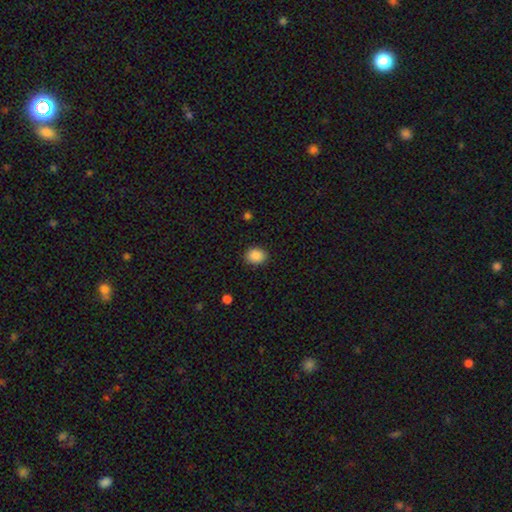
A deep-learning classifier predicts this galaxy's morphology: Smooth or featured? Predicted: smooth (p=0.88). How rounded? Predicted: in between (p=0.51). Merging? Predicted: none (p=0.86).